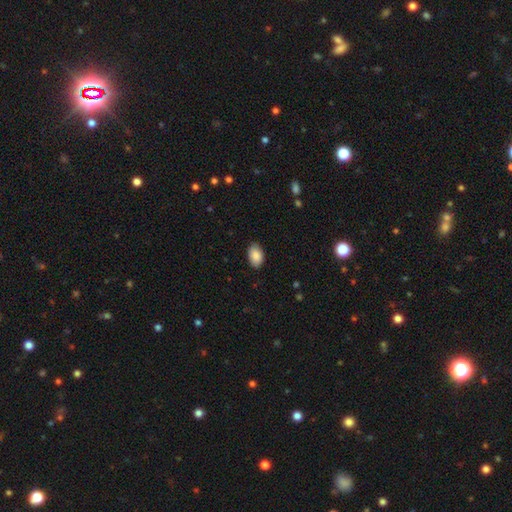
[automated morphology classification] This appears to be a smooth galaxy with no disk features (89%) that is in between round and cigar-shaped (92%). Merging: none (86%).